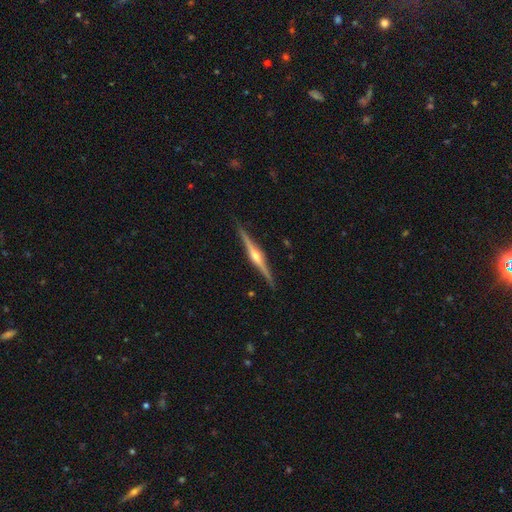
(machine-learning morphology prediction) smooth-or-featured: featured or disk: 86% | smooth: 9% | star or artifact: 5%
  disk-edge-on: yes: 99% | no: 1%
    edge-on-bulge: rounded: 93% | boxy: 4% | none: 3%
  merging: none: 91% | minor disturbance: 7% | major disturbance: 1% | merger: 1%